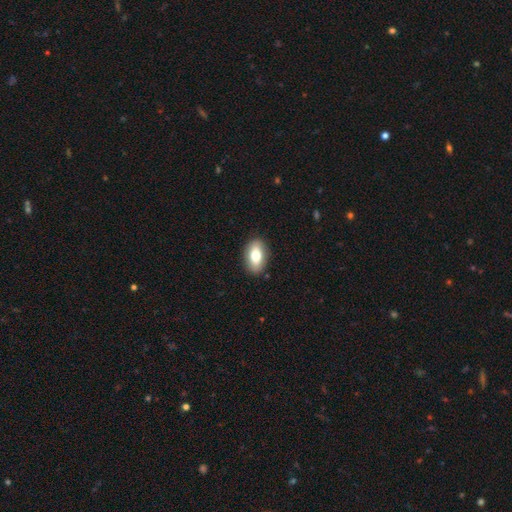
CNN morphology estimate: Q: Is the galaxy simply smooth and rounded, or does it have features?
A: smooth — 74%.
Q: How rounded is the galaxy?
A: in between — 90%.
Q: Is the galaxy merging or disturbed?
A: none — 88%.